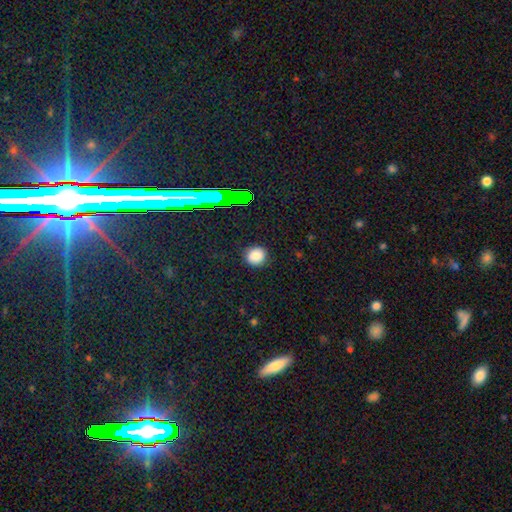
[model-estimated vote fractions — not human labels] Overall: smooth (82%). How rounded: round (87%). Merging: none (88%).